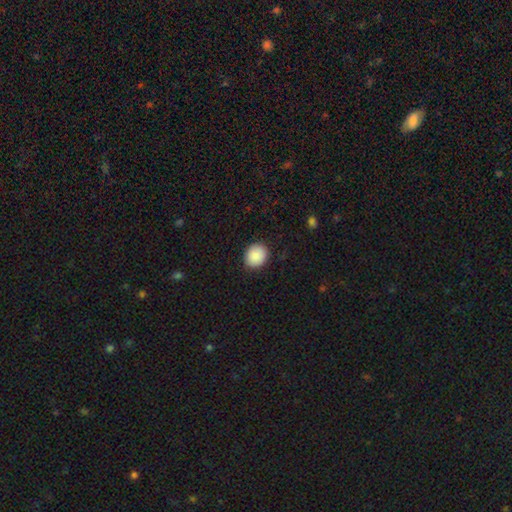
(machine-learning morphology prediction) smooth-or-featured: smooth: 89% | star or artifact: 7% | featured or disk: 3%
  how-rounded: round: 62% | in between: 37% | cigar-shaped: 1%
  merging: none: 88% | minor disturbance: 9% | major disturbance: 2% | merger: 1%